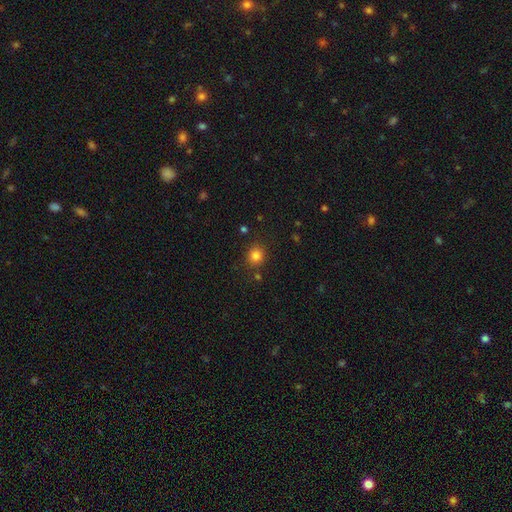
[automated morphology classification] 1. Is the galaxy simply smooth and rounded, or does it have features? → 82% smooth, 13% star or artifact, 5% featured or disk.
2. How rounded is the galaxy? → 84% round, 15% in between, 1% cigar-shaped.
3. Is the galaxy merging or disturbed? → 84% none, 9% minor disturbance, 4% merger, 3% major disturbance.